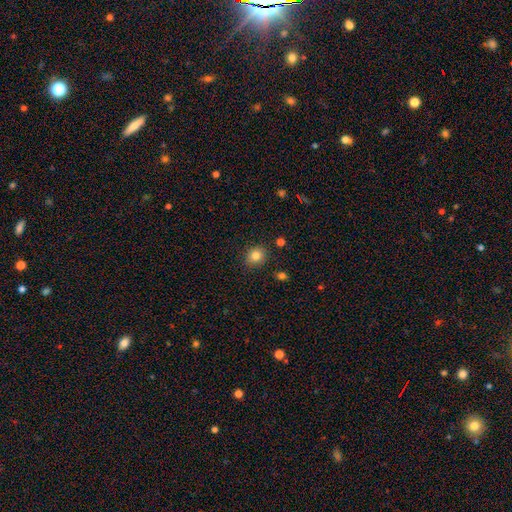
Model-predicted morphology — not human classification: smooth_or_featured: smooth (p=0.82) [alt: star or artifact p=0.11]
how_rounded: round (p=0.69) [alt: in between p=0.30]
merging: none (p=0.87) [alt: minor disturbance p=0.09]